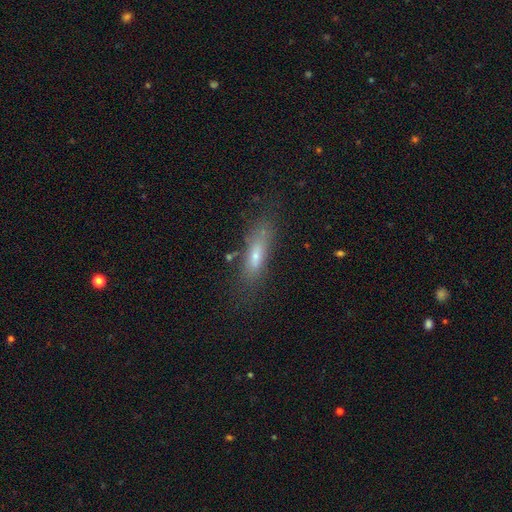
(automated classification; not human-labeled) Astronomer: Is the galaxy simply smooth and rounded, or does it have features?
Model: smooth — 60%.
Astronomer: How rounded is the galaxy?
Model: cigar-shaped — 55% (runner-up: in between, 41%).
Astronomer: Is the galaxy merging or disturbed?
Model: none — 69%.